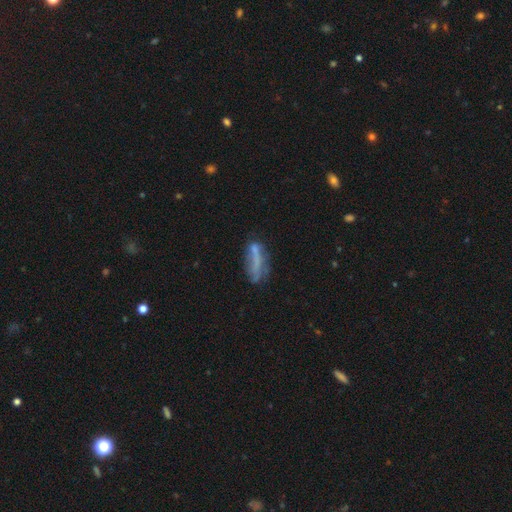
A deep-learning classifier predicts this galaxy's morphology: This appears to be a smooth galaxy with no disk features (50%). Merging: none (52%).